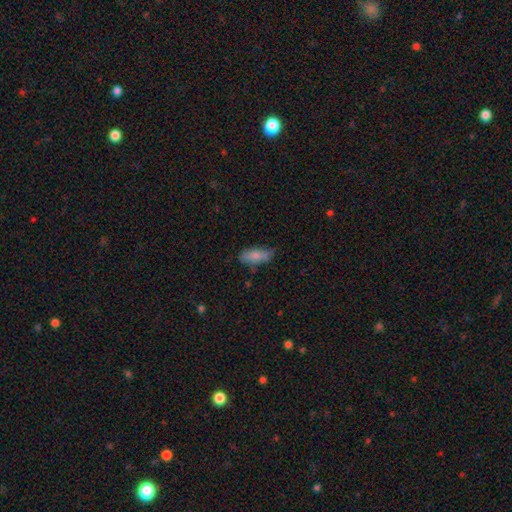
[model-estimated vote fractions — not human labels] Morphology: type=smooth (77%); roundness=in between (78%); merging=none (59%).